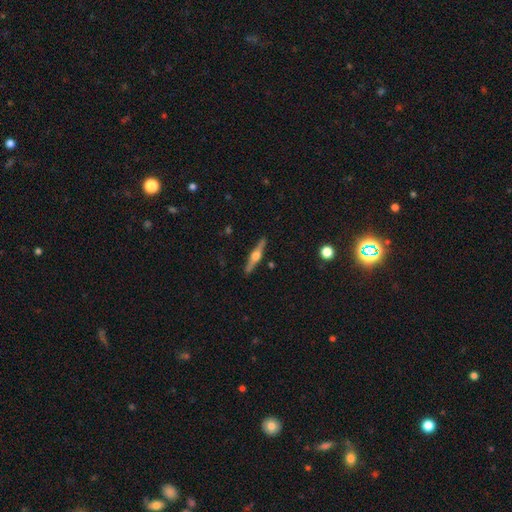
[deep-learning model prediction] Smooth or featured? Predicted: featured or disk (p=0.74). Edge-on disk? Predicted: yes (p=0.98). Edge-on bulge? Predicted: rounded (p=0.94). Merging? Predicted: none (p=0.90).